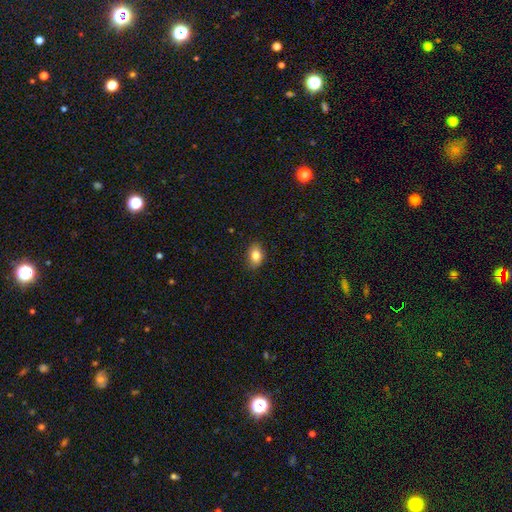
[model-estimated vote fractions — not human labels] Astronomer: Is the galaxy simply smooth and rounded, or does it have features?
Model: smooth — 82%.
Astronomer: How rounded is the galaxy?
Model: in between — 76%.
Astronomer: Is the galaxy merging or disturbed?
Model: none — 86%.